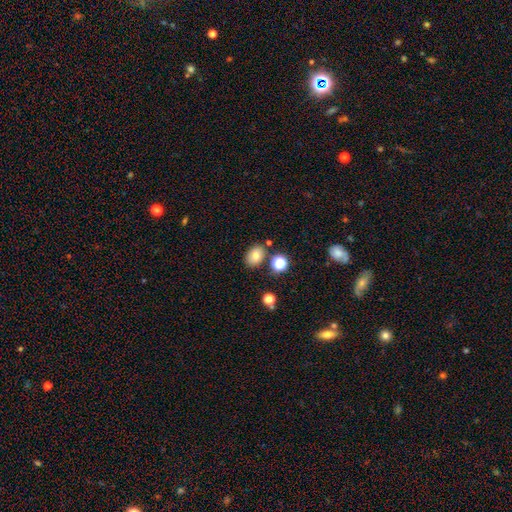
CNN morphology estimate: Smooth or featured? smooth (77%)
How rounded? in between (70%)
Merging? none (79%)